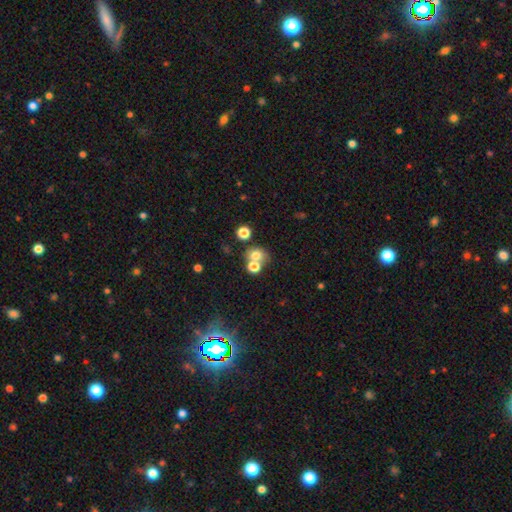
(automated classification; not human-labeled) smooth-or-featured: smooth: 70% | star or artifact: 16% | featured or disk: 13%
  how-rounded: round: 70% | in between: 29% | cigar-shaped: 1%
  merging: none: 47% | merger: 39% | minor disturbance: 9% | major disturbance: 5%